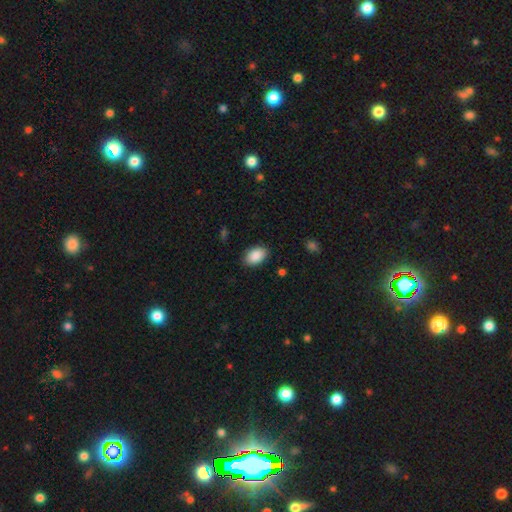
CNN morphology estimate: Smooth or featured? Predicted: smooth (p=0.89). How rounded? Predicted: in between (p=0.90). Merging? Predicted: none (p=0.87).